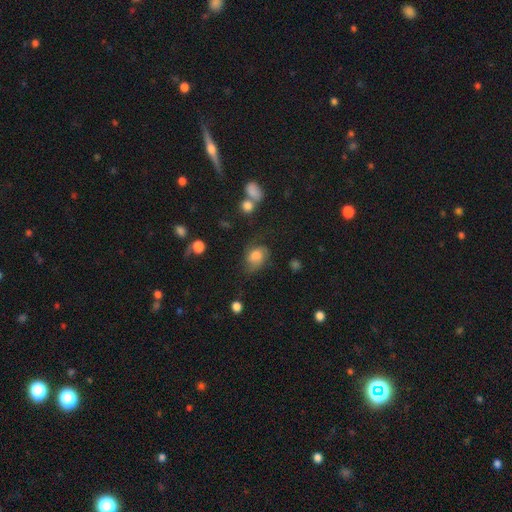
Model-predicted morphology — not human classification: type=smooth (59%); roundness=in between (69%); merging=none (44%).